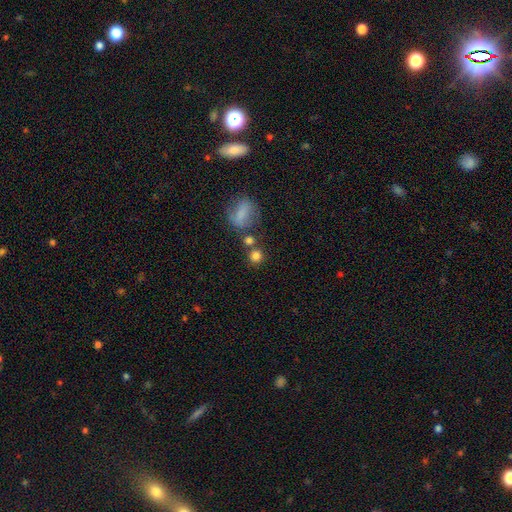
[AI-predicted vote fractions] Smooth or featured? Predicted: smooth (p=0.80). How rounded? Predicted: round (p=0.87). Merging? Predicted: none (p=0.63).